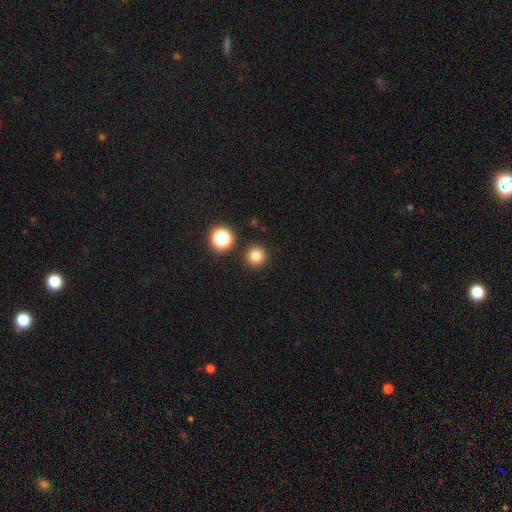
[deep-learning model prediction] The model was most divided on "smooth or featured": smooth: 80%, star or artifact: 15%, featured or disk: 5%. More confident: how rounded — round (96%); merging — none (90%).